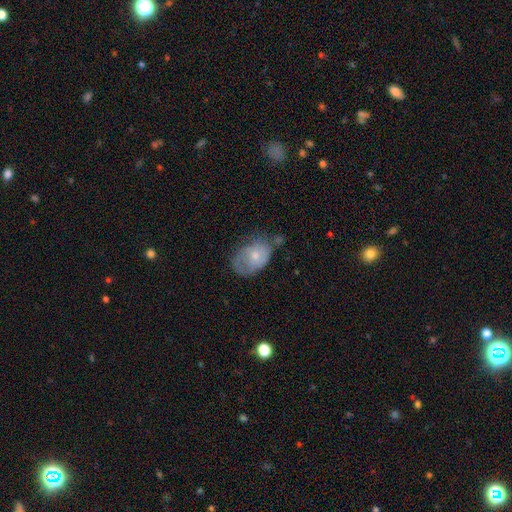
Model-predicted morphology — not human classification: Smooth or featured? Predicted: smooth (p=0.52). How rounded? Predicted: in between (p=0.76). Merging? Predicted: none (p=0.37).